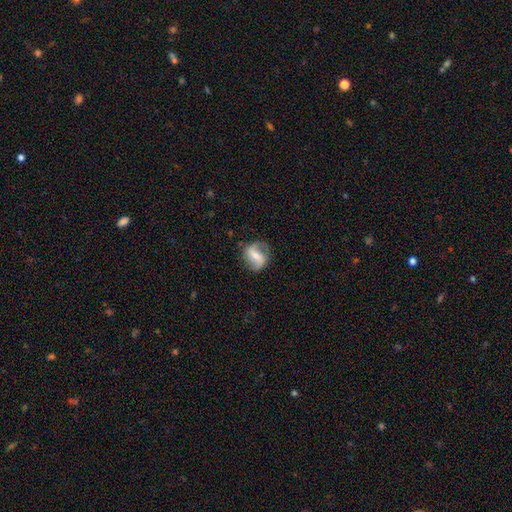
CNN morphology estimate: This appears to be a featured or disk galaxy (66%) with a strong bar (46%), 2 (81%) loose (46%) spiral arms (84%) and a moderate central bulge (49%). Merging: none (72%).